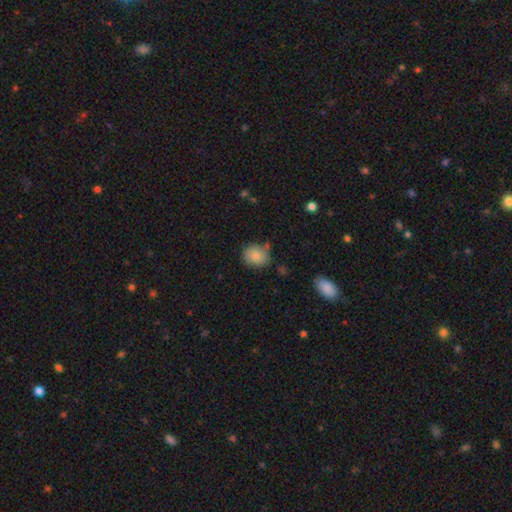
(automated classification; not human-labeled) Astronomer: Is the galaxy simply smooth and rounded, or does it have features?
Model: smooth — 84%.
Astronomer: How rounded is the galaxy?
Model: round — 65%.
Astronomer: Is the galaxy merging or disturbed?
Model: none — 71%.